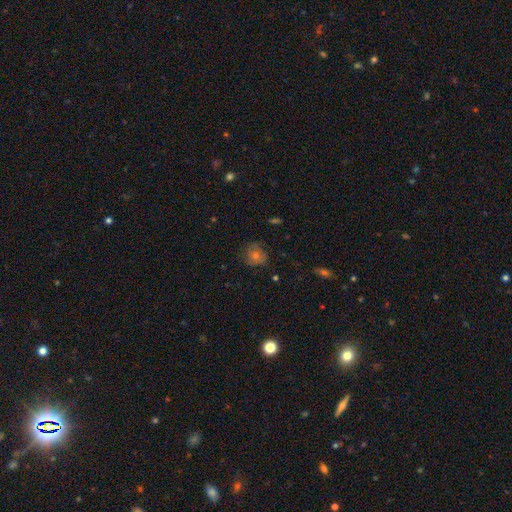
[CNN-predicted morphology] A smooth galaxy with no disk features (56%) that is round (84%). Merging: none (75%).